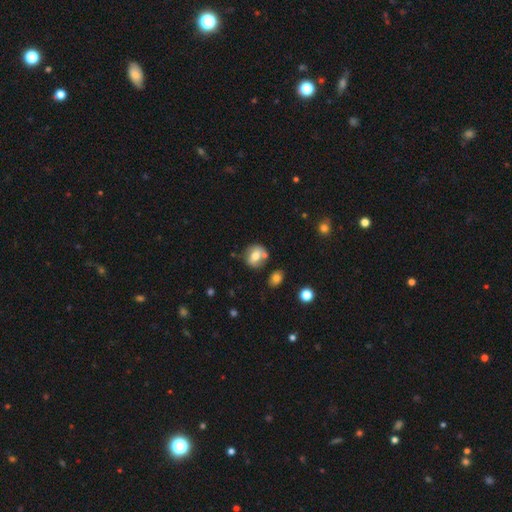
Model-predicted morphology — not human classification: This is likely a smooth galaxy (66%). How rounded: likely round (65%). Merging: likely none (64%).